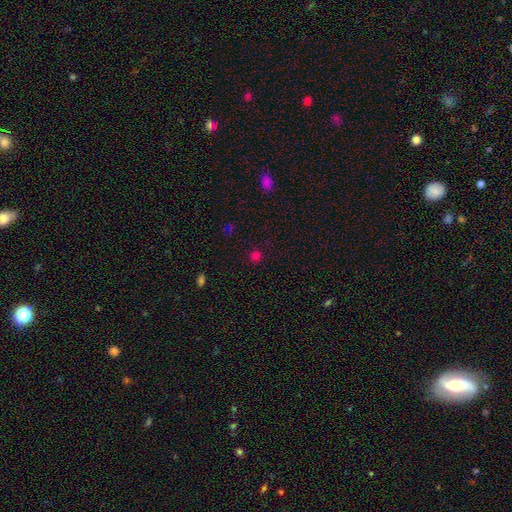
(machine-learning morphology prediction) Smooth or featured? Predicted: smooth (p=0.74). How rounded? Predicted: round (p=0.91). Merging? Predicted: none (p=0.89).